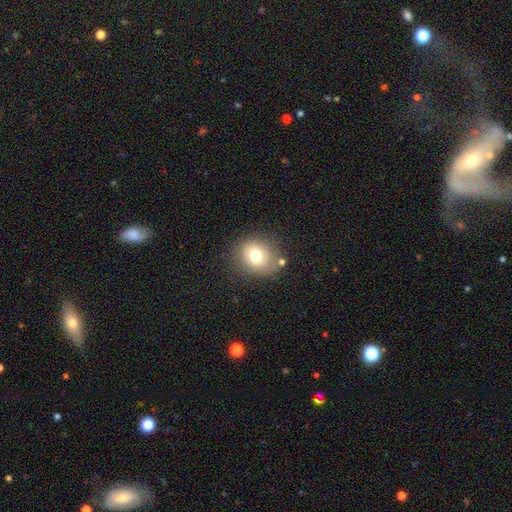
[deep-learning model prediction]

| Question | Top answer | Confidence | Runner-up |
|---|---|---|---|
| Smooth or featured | smooth | 72% | featured or disk (17%) |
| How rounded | round | 72% | in between (27%) |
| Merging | none | 71% | minor disturbance (17%) |